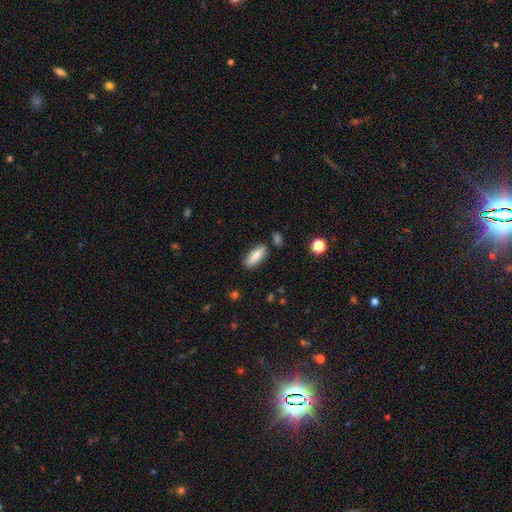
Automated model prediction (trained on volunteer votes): Smooth or featured? Predicted: smooth (p=0.82). How rounded? Predicted: in between (p=0.60). Merging? Predicted: none (p=0.82).